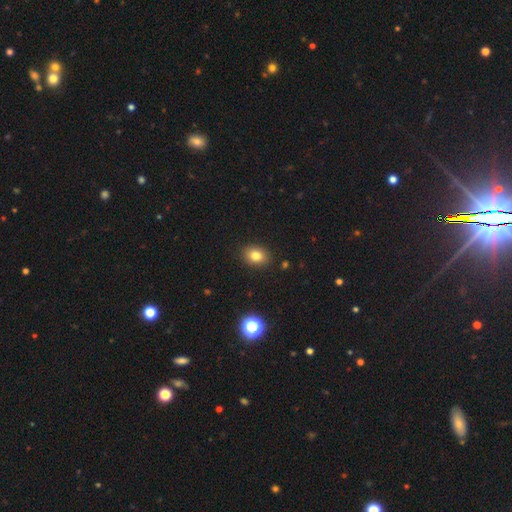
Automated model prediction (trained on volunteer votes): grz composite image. It shows a smooth galaxy with no disk features (80%) that is in between round and cigar-shaped (60%). Merging: none (89%).